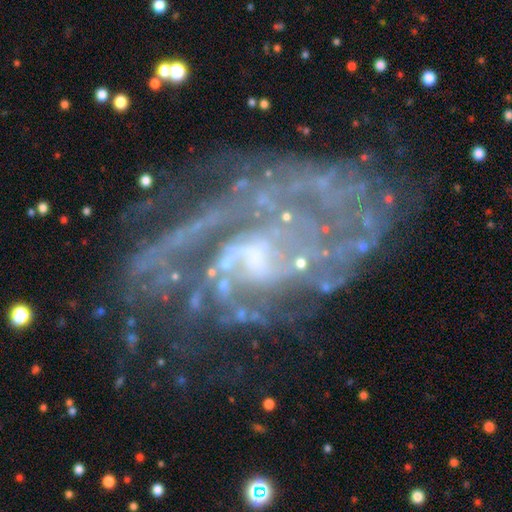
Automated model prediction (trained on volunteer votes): The model was most divided on "spiral winding": tight: 41%, medium: 40%, loose: 20%. Remaining: edge-on disk — no (97%); spiral arms — yes (87%); smooth or featured — featured or disk (86%); bar — no (57%); merging — none (48%); spiral arm count — can't tell (36%); bulge size — small (36%).